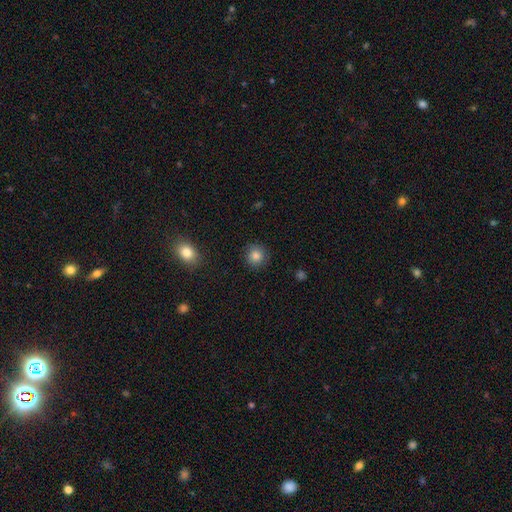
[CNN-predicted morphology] type=smooth (84%); roundness=round (91%); merging=none (90%).